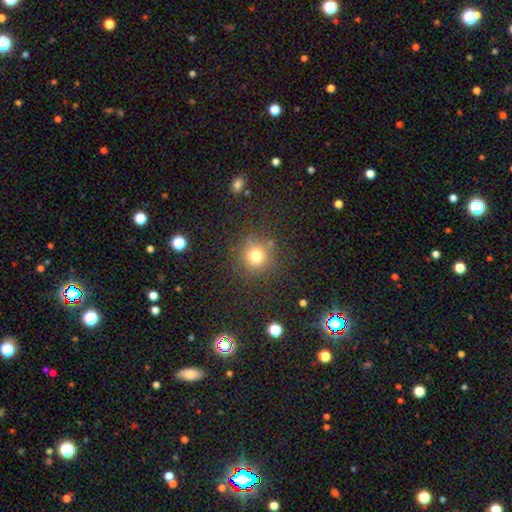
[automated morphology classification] Smooth or featured: smooth — 75% (star or artifact — 18%)
How rounded: round — 92% (in between — 7%)
Merging: none — 85% (minor disturbance — 9%)